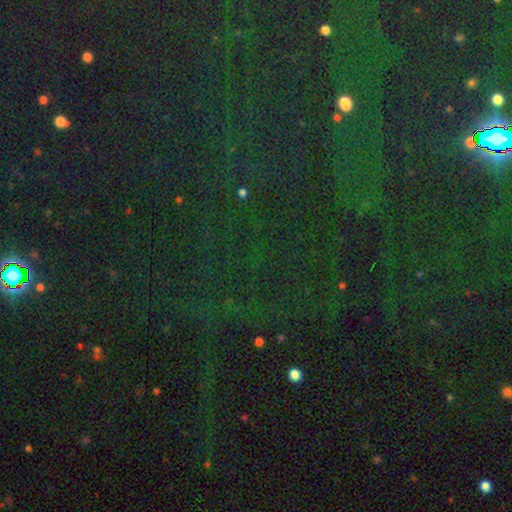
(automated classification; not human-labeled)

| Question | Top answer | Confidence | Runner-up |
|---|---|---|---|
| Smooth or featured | star or artifact | 81% | smooth (11%) |